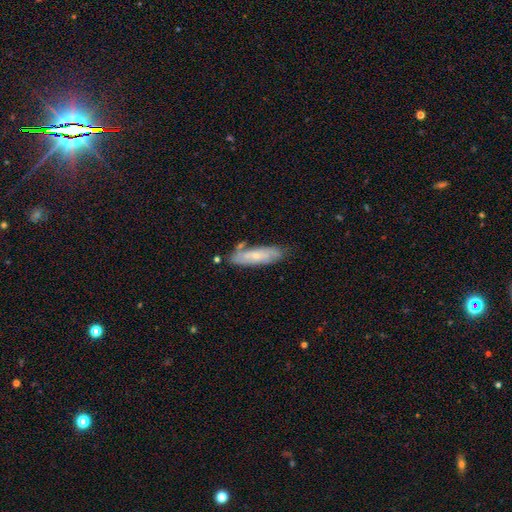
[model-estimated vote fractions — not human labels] A smooth galaxy with no disk features (47%).

Vote fractions:
- Smooth or featured? smooth: 47% / featured or disk: 46% / star or artifact: 7%
- Merging? none: 69% / minor disturbance: 20% / merger: 7% / major disturbance: 4%